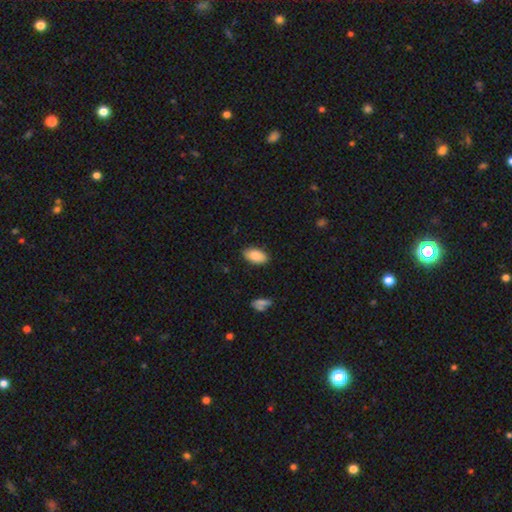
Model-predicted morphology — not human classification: Q: Smooth or featured?
A: smooth (87%); runner-up: star or artifact (7%)
Q: How rounded?
A: in between (94%); runner-up: cigar-shaped (3%)
Q: Merging?
A: none (86%); runner-up: minor disturbance (11%)